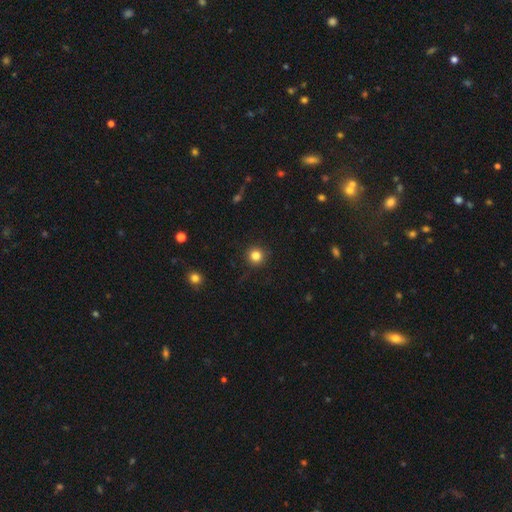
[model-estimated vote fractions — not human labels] Smooth or featured? smooth (83%)
How rounded? round (95%)
Merging? none (91%)